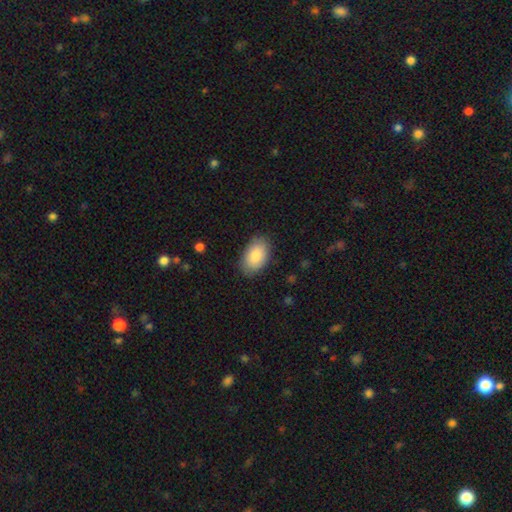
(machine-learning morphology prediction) A smooth galaxy with no disk features (87%) that is in between round and cigar-shaped (93%).

Vote fractions:
- Smooth or featured? smooth: 87% / featured or disk: 8% / star or artifact: 6%
- How rounded? in between: 93% / round: 6% / cigar-shaped: 1%
- Merging? none: 84% / minor disturbance: 12% / major disturbance: 3% / merger: 1%